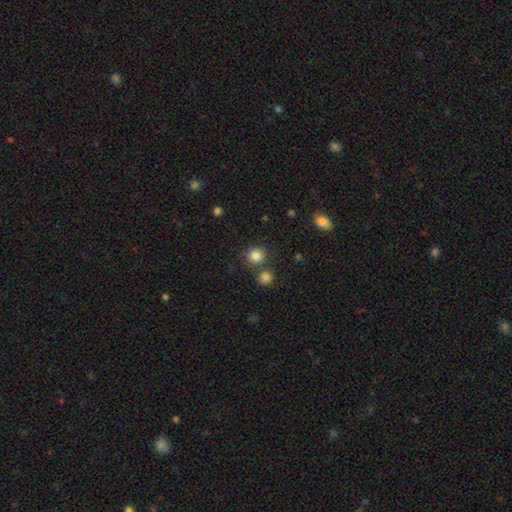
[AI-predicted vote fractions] Smooth or featured? smooth (84%)
How rounded? round (84%)
Merging? none (73%)